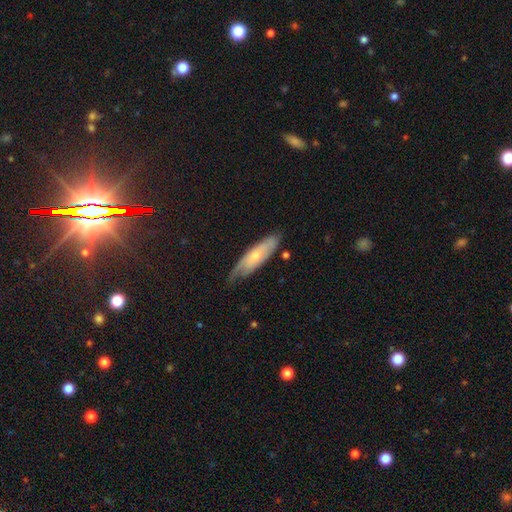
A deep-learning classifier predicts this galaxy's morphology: smooth 51%, featured or disk 43%, star or artifact 6%. Down the decision tree: how rounded — cigar-shaped (60%); merging — none (60%).